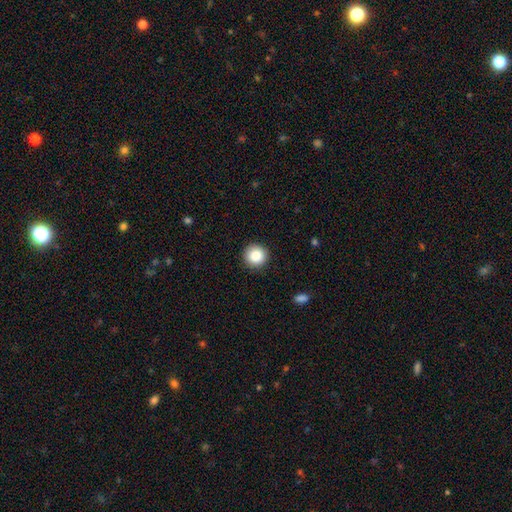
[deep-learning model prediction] Smooth or featured: smooth — 87% (star or artifact — 9%)
How rounded: round — 95% (in between — 4%)
Merging: none — 92% (minor disturbance — 5%)